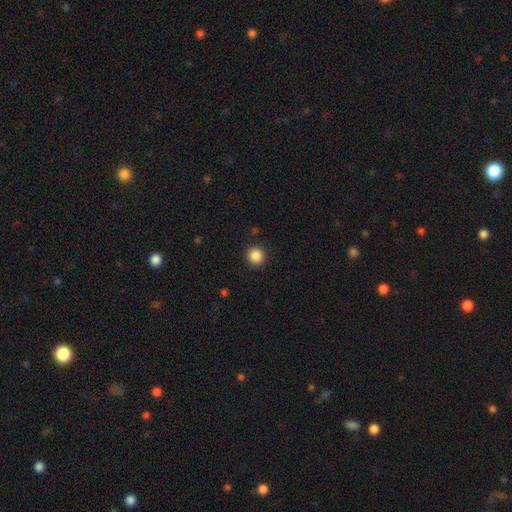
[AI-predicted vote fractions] Smooth or featured: smooth — 87% (star or artifact — 10%)
How rounded: round — 93% (in between — 6%)
Merging: none — 91% (minor disturbance — 5%)